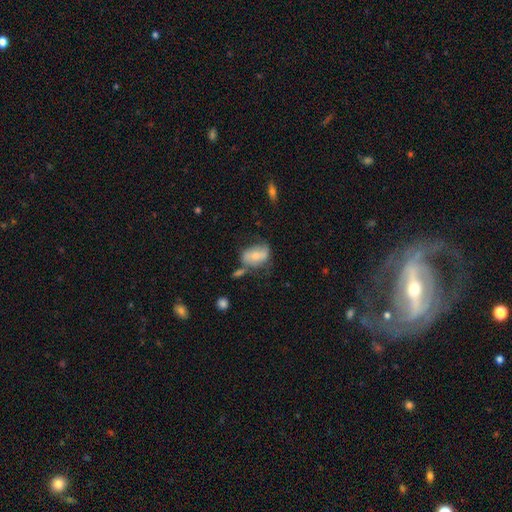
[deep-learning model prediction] Smooth or featured: smooth — 56% (featured or disk — 36%)
How rounded: in between — 82% (round — 15%)
Merging: none — 43% (minor disturbance — 27%)